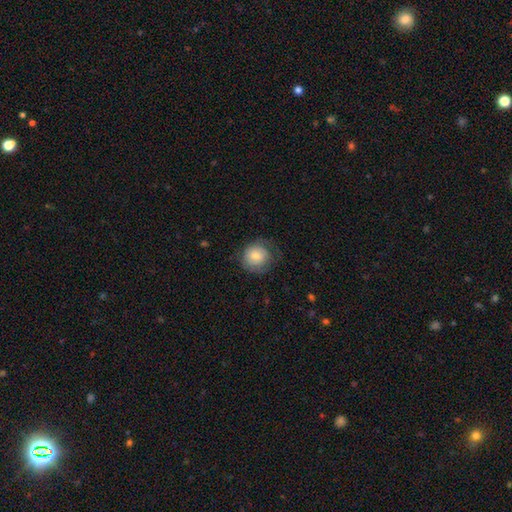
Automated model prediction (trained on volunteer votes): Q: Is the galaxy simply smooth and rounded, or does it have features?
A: smooth — 72%.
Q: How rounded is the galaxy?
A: round — 87%.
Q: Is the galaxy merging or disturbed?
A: none — 65%.